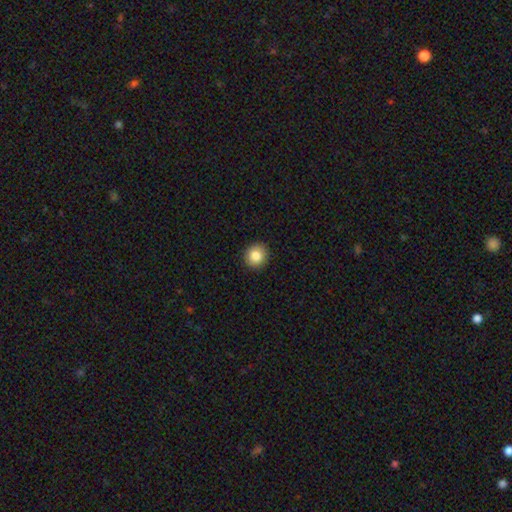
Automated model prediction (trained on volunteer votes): smooth-or-featured: smooth: 85% | star or artifact: 9% | featured or disk: 6%
  how-rounded: round: 88% | in between: 11% | cigar-shaped: 1%
  merging: none: 92% | minor disturbance: 6% | major disturbance: 2% | merger: 1%